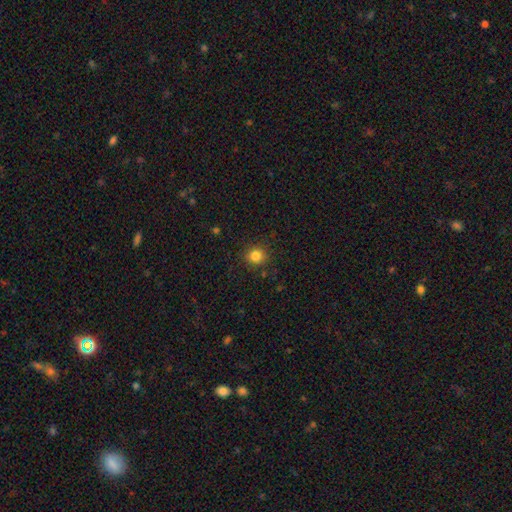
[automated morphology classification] smooth 83%, star or artifact 12%, featured or disk 4%. Down the decision tree: how rounded — round (91%); merging — none (90%).